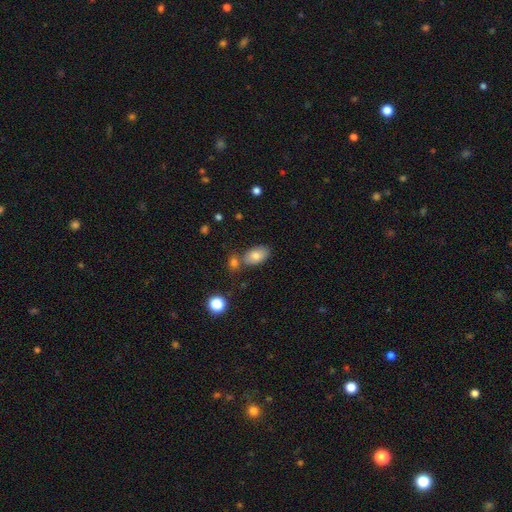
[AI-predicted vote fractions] Overall: smooth (80%). How rounded: in between (92%). Merging: none (64%).